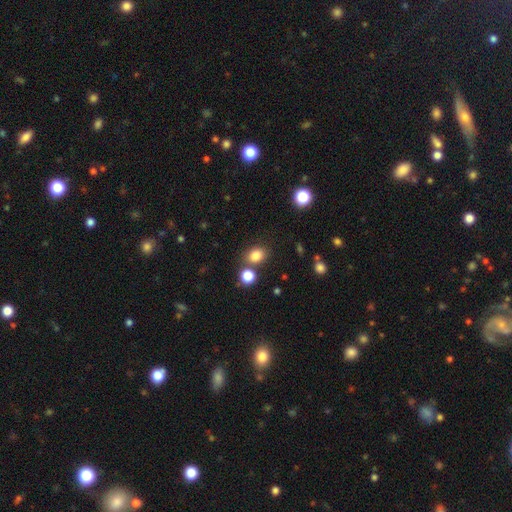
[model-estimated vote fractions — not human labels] A smooth galaxy with no disk features (82%) that is in between round and cigar-shaped (50%). Merging: none (69%).